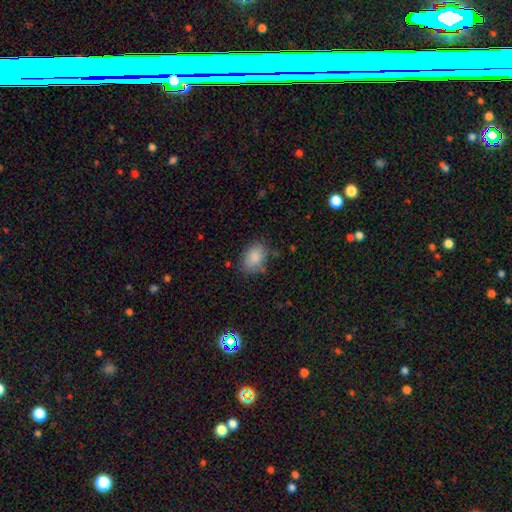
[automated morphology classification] Smooth or featured?
  - smooth: 84% *
  - star or artifact: 10%
  - featured or disk: 6%
How rounded?
  - in between: 74% *
  - round: 25%
  - cigar-shaped: 1%
Merging?
  - none: 75% *
  - minor disturbance: 18%
  - major disturbance: 5%
  - merger: 2%